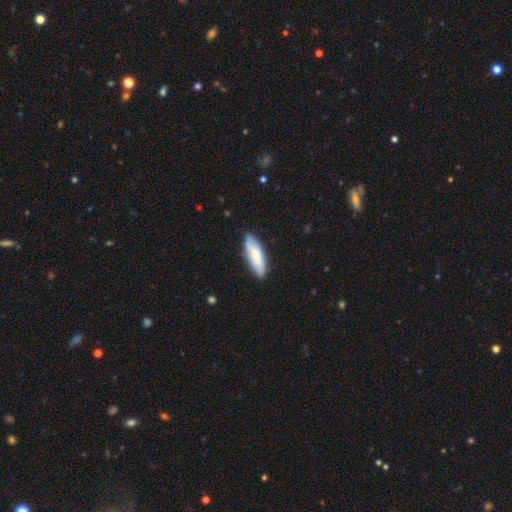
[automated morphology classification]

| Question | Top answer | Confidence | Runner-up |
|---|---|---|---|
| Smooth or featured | smooth | 69% | featured or disk (26%) |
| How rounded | in between | 59% | cigar-shaped (39%) |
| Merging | none | 82% | minor disturbance (14%) |